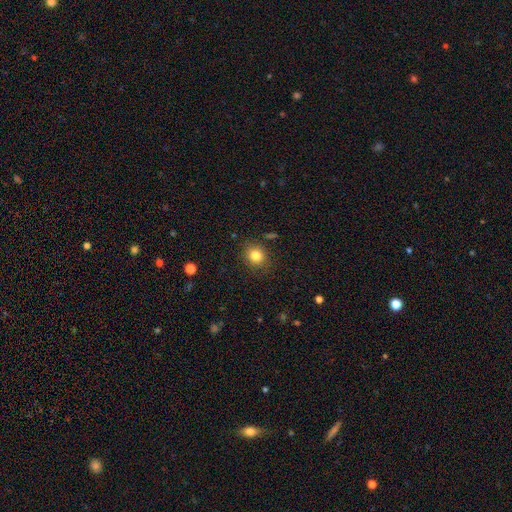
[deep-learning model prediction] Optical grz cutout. It shows a smooth galaxy with no disk features (83%) that is round (80%). Merging: none (86%).